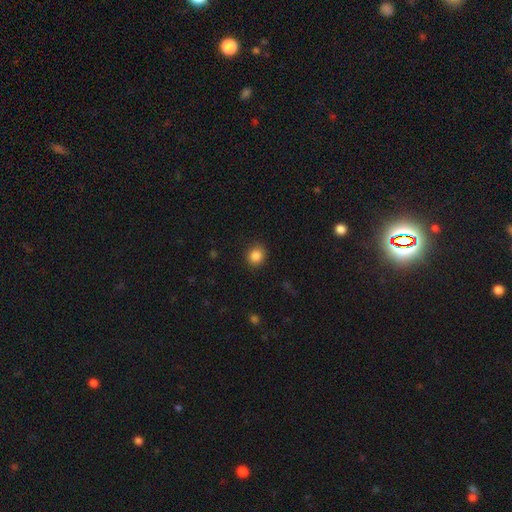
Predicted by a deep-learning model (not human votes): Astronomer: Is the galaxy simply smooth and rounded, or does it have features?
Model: smooth — 86%.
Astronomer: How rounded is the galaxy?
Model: round — 83%.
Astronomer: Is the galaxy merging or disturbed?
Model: none — 89%.